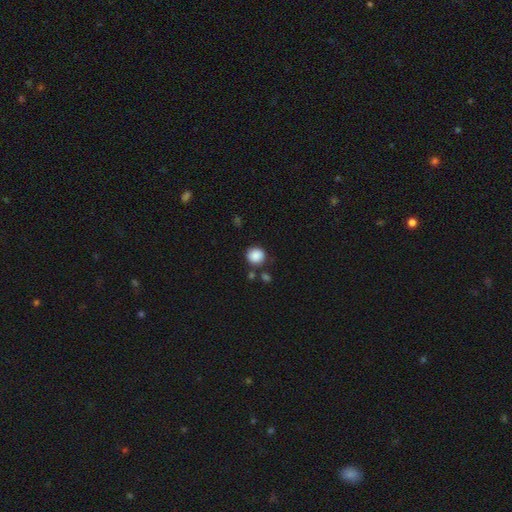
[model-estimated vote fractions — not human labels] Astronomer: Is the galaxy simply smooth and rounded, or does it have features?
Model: smooth — 87%.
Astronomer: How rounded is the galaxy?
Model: round — 89%.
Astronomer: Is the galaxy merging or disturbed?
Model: none — 77%.